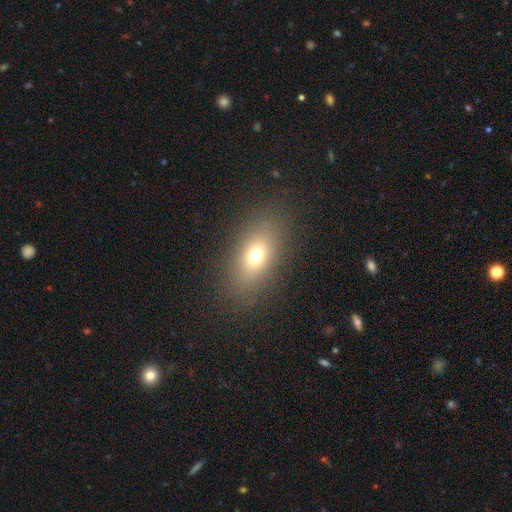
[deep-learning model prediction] The model was most divided on "smooth or featured": smooth: 69%, featured or disk: 17%, star or artifact: 14%. More confident: merging — none (83%); how rounded — in between (79%).